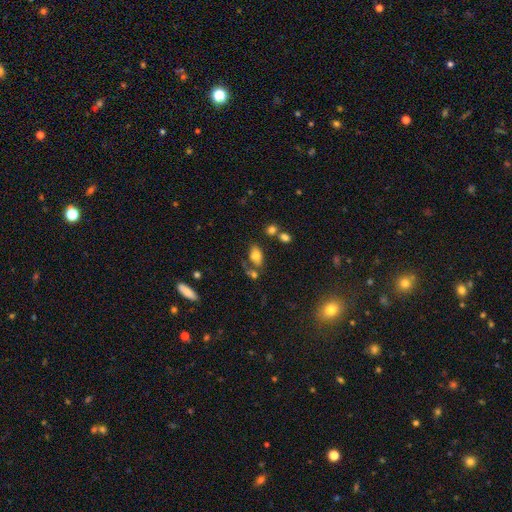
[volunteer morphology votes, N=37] This is likely a smooth galaxy (76%). How rounded: clearly in between (89%). Merging: marginally none (40%).